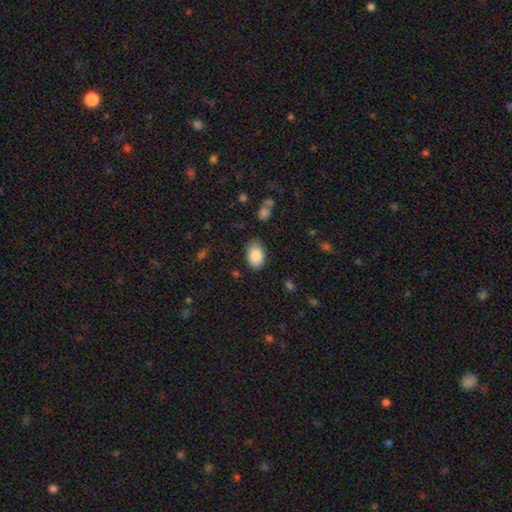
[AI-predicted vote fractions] This appears to be a smooth galaxy with no disk features (87%) that is in between round and cigar-shaped (89%). Merging: none (79%).